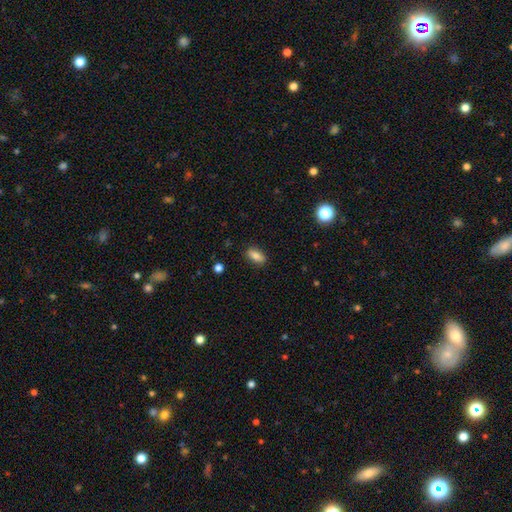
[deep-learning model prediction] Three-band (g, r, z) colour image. It shows a smooth galaxy with no disk features (81%) that is in between round and cigar-shaped (79%). Merging: none (86%).